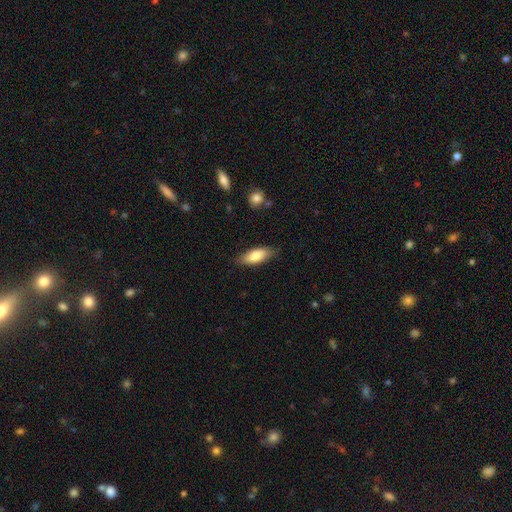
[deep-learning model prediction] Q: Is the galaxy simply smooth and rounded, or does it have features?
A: smooth — 78%.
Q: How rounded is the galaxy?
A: in between — 73%.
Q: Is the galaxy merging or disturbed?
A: none — 82%.